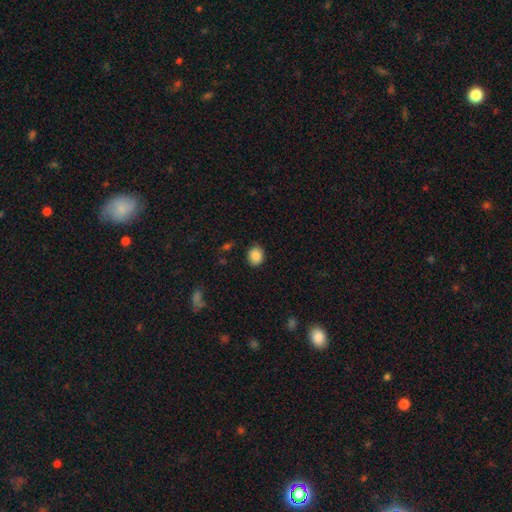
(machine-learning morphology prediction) The model was most divided on "how rounded": round: 54%, in between: 45%, cigar-shaped: 1%. More confident: smooth or featured — smooth (88%); merging — none (87%).